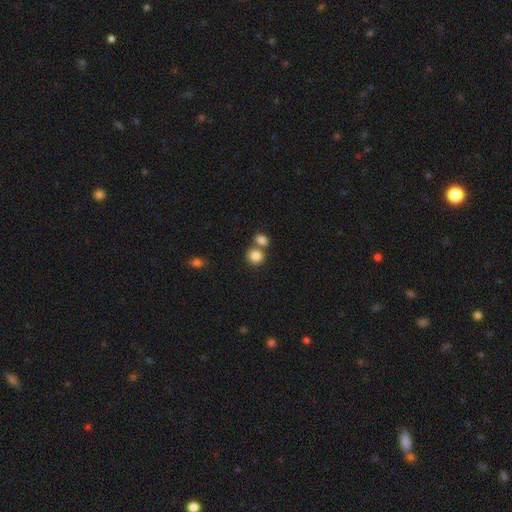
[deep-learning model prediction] This appears to be a smooth galaxy with no disk features (84%) that is round (81%). Merging: none (54%).